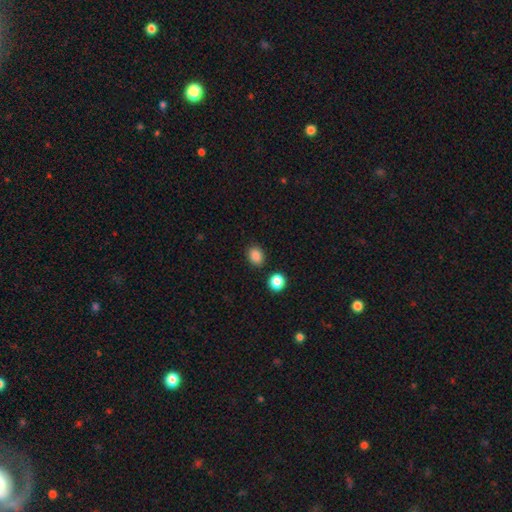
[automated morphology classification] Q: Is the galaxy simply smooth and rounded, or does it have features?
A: smooth — 87%.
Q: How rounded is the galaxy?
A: in between — 52%.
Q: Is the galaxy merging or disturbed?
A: none — 86%.